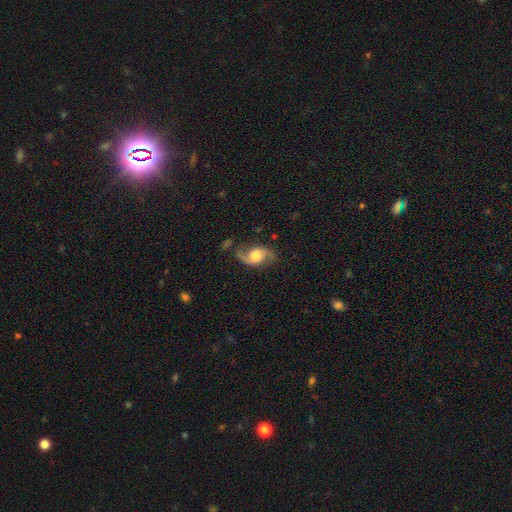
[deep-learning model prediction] smooth-or-featured: featured or disk: 83% | smooth: 11% | star or artifact: 6%
  disk-edge-on: no: 97% | yes: 3%
    bar: no: 58% | weak: 34% | strong: 8%
    has-spiral-arms: yes: 96% | no: 4%
      spiral-winding: loose: 61% | medium: 32% | tight: 7%
      spiral-arm-count: 2: 93% | 1: 2% | can't tell: 2% | 3: 1% | 4: 1% | more than 4: 1%
    bulge-size: moderate: 39% | large: 38% | small: 12% | none: 6% | dominant: 5%
  merging: none: 74% | minor disturbance: 16% | major disturbance: 8% | merger: 3%